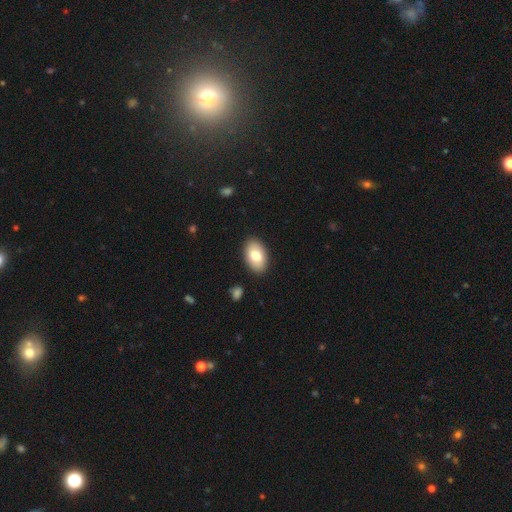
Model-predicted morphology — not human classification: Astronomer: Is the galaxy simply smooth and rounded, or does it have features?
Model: smooth — 78%.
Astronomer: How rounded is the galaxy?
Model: in between — 93%.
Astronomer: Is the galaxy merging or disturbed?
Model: none — 89%.